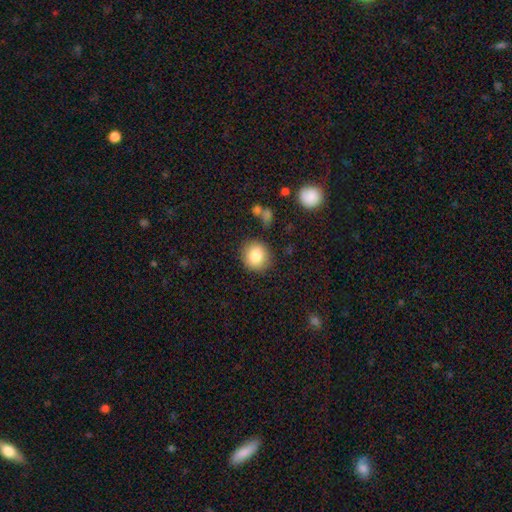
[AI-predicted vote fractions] Overall: smooth (84%). How rounded: round (89%). Merging: none (87%).